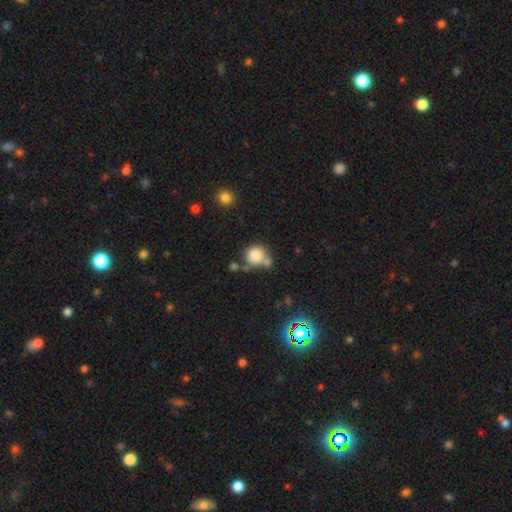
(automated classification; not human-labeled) Smooth or featured?
  - smooth: 82% *
  - star or artifact: 11%
  - featured or disk: 7%
How rounded?
  - round: 86% *
  - in between: 12%
  - cigar-shaped: 1%
Merging?
  - none: 50% *
  - merger: 29%
  - minor disturbance: 14%
  - major disturbance: 6%